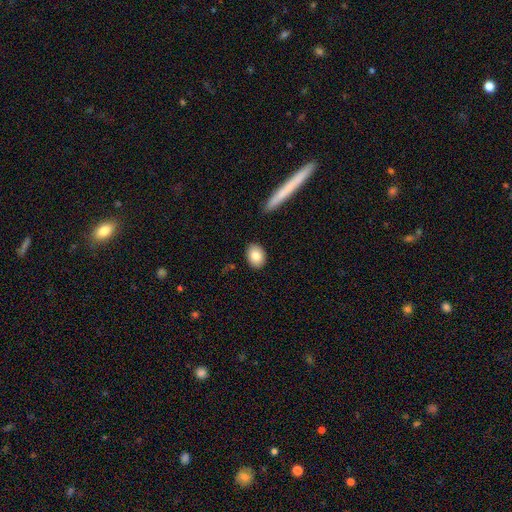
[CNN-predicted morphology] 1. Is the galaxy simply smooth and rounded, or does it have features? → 83% smooth, 10% featured or disk, 7% star or artifact.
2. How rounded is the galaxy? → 77% in between, 21% round, 2% cigar-shaped.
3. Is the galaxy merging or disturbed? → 89% none, 8% minor disturbance, 2% major disturbance, 2% merger.